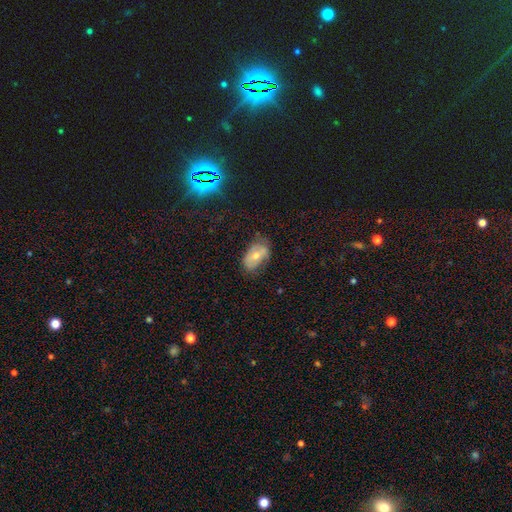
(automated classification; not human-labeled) This appears to be a smooth galaxy with no disk features (51%) that is in between round and cigar-shaped (90%). Merging: none (60%).